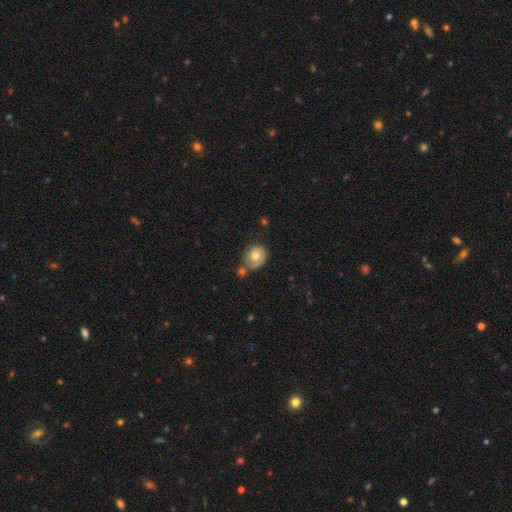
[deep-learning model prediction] Overall: smooth (57%; featured or disk 36%). How rounded: round (60%; in between 39%). Merging: none (46%; minor disturbance 24%).